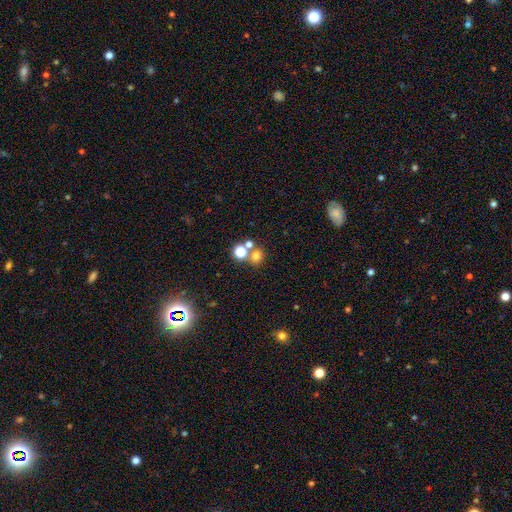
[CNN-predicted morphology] smooth 68%, star or artifact 22%, featured or disk 9%. Down the decision tree: how rounded — round (81%); merging — none (60%).